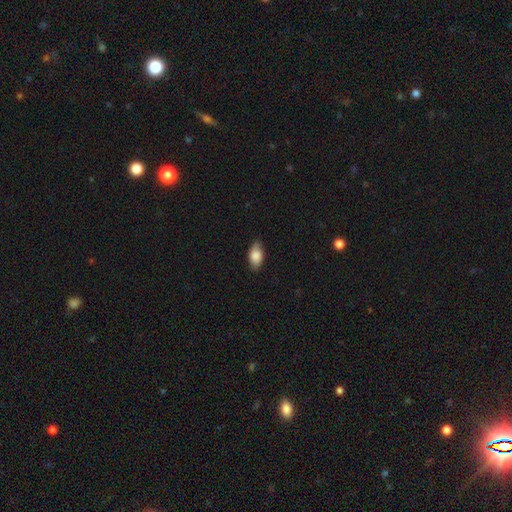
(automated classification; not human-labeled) The model was most divided on "merging": none: 78%, minor disturbance: 18%, major disturbance: 3%, merger: 1%. More confident: how rounded — in between (90%); smooth or featured — smooth (82%).